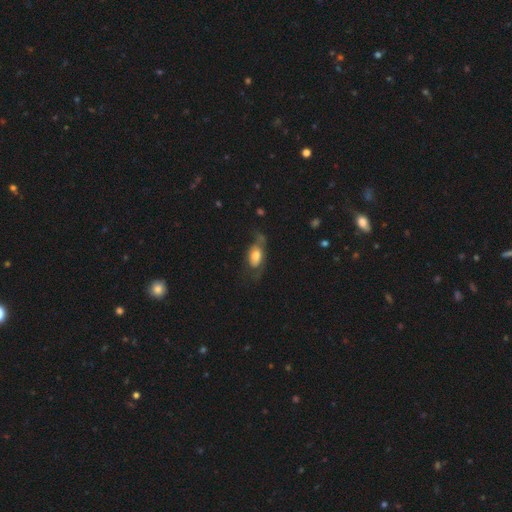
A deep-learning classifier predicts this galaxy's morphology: A smooth galaxy with no disk features (61%) that is in between round and cigar-shaped (87%). Merging: none (40%).